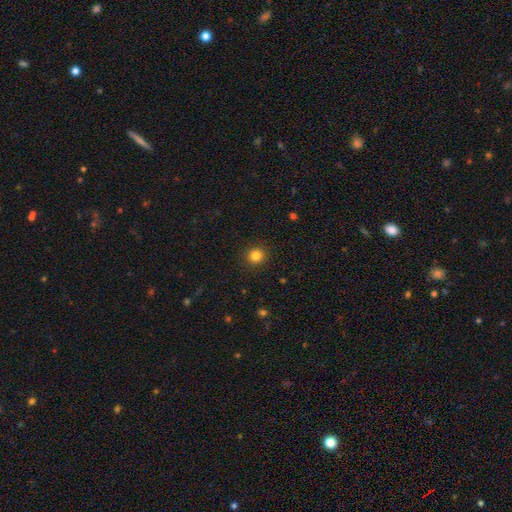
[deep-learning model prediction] This appears to be a smooth galaxy with no disk features (83%) that is round (92%). Merging: none (92%).